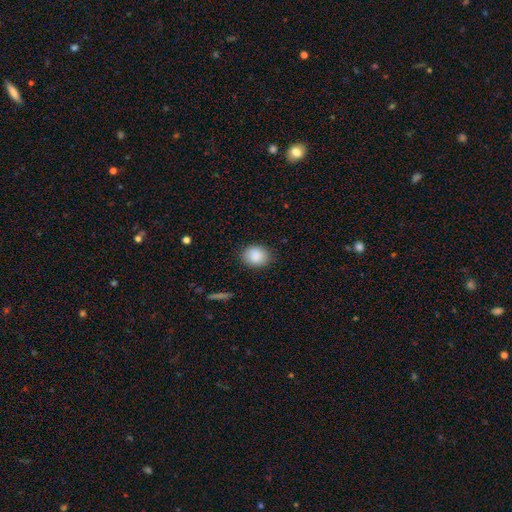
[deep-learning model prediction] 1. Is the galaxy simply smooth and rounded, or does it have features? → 88% smooth, 8% star or artifact, 4% featured or disk.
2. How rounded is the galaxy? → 56% round, 43% in between, 1% cigar-shaped.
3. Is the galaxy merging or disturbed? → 85% none, 11% minor disturbance, 3% major disturbance, 1% merger.